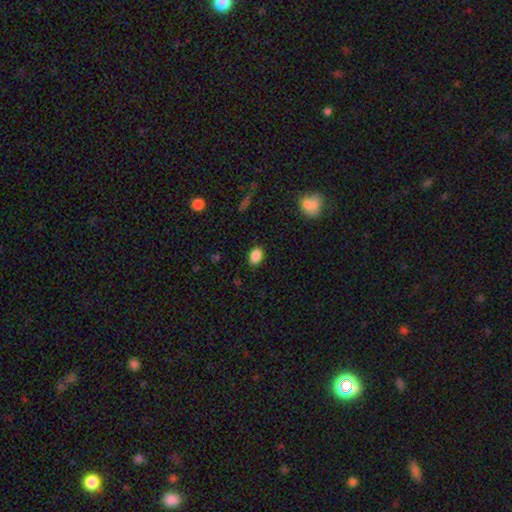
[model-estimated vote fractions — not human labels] A smooth galaxy with no disk features (88%) that is in between round and cigar-shaped (83%).

Vote fractions:
- Smooth or featured? smooth: 88% / star or artifact: 9% / featured or disk: 4%
- How rounded? in between: 83% / round: 16% / cigar-shaped: 1%
- Merging? none: 87% / minor disturbance: 10% / major disturbance: 2% / merger: 1%